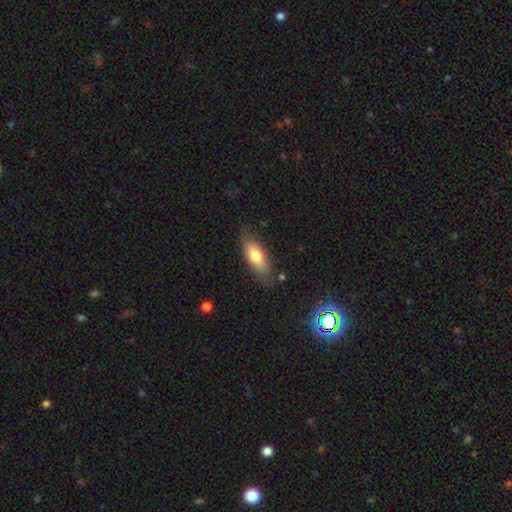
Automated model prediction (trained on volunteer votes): Smooth or featured: smooth — 75% (featured or disk — 19%)
How rounded: in between — 75% (cigar-shaped — 23%)
Merging: none — 76% (minor disturbance — 17%)